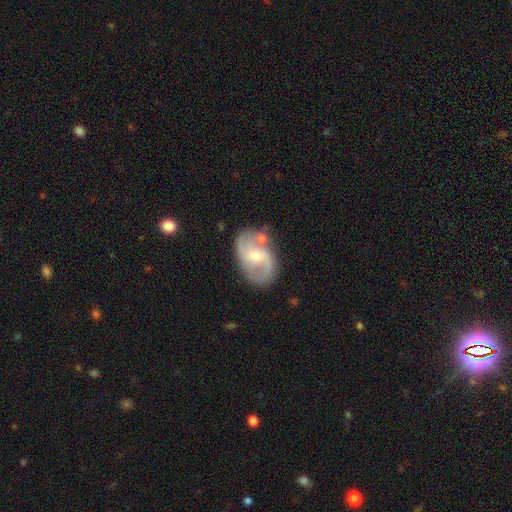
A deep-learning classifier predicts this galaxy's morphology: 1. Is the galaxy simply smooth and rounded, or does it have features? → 82% featured or disk, 12% smooth, 6% star or artifact.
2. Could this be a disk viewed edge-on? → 97% no, 3% yes.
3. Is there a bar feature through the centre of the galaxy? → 45% no, 44% weak, 11% strong.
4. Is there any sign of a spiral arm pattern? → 94% yes, 6% no.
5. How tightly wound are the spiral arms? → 51% medium, 32% loose, 17% tight.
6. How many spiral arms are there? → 86% 2, 6% can't tell, 4% 3, 2% 1, 1% 4, 1% more than 4.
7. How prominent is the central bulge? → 50% small, 46% moderate, 2% large, 1% none, 1% dominant.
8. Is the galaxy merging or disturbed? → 69% none, 17% minor disturbance, 8% merger, 6% major disturbance.